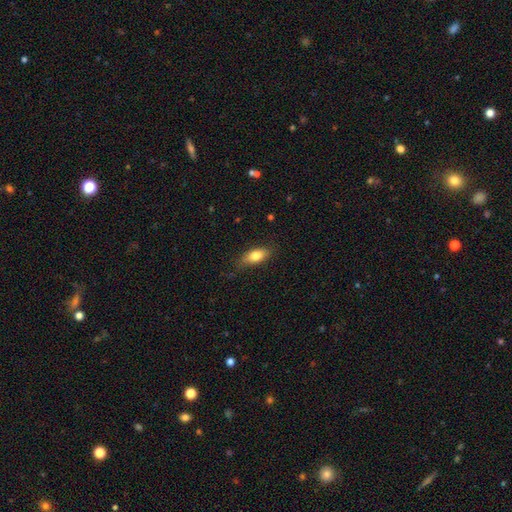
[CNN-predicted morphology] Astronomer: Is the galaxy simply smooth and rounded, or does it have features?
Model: smooth — 78%.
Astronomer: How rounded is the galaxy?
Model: in between — 80%.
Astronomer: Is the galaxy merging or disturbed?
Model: none — 77%.